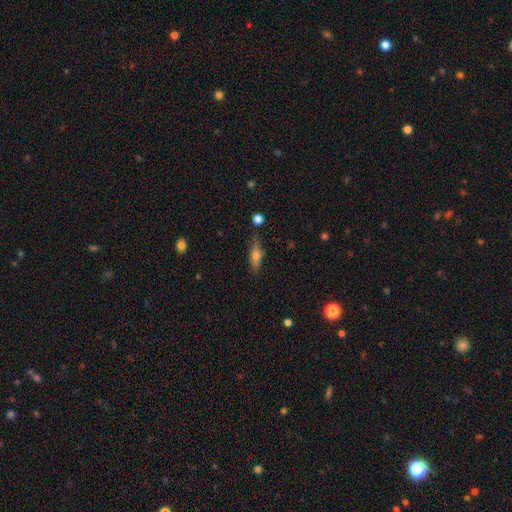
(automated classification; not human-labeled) A featured or disk galaxy (49%).

Vote fractions:
- Smooth or featured? featured or disk: 49% / smooth: 41% / star or artifact: 10%
- Merging? none: 78% / minor disturbance: 15% / major disturbance: 4% / merger: 3%